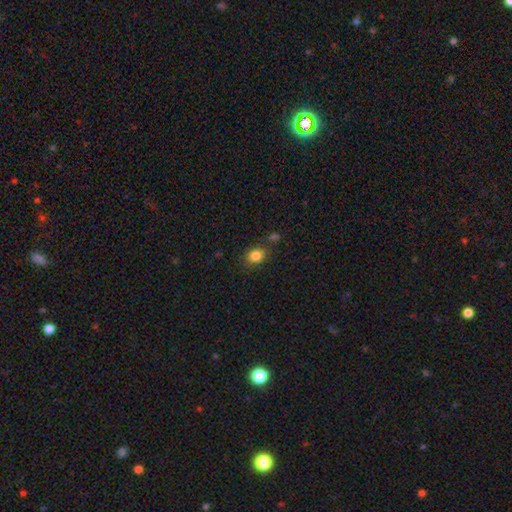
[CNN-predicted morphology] This is clearly a smooth galaxy (84%). How rounded: possibly round (53%). Merging: likely none (79%).